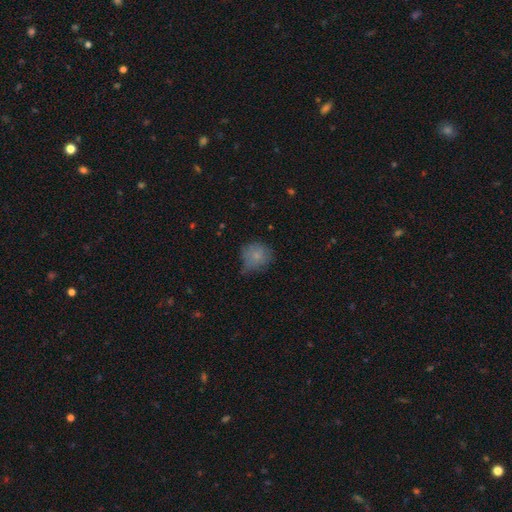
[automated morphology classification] Smooth or featured? smooth (76%)
How rounded? round (83%)
Merging? none (50%)